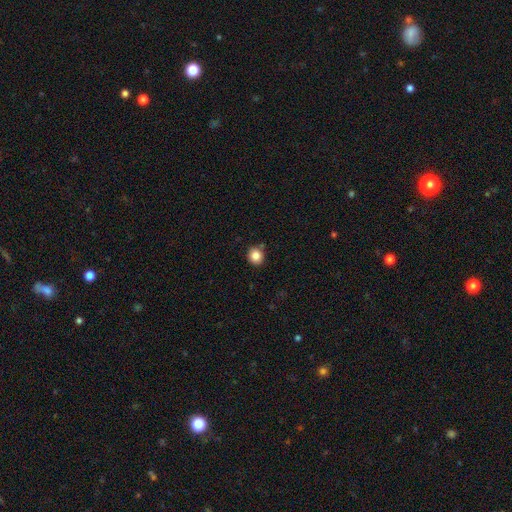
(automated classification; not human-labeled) smooth_or_featured: smooth (p=0.84) [alt: star or artifact p=0.10]
how_rounded: round (p=0.84) [alt: in between p=0.15]
merging: none (p=0.85) [alt: minor disturbance p=0.09]